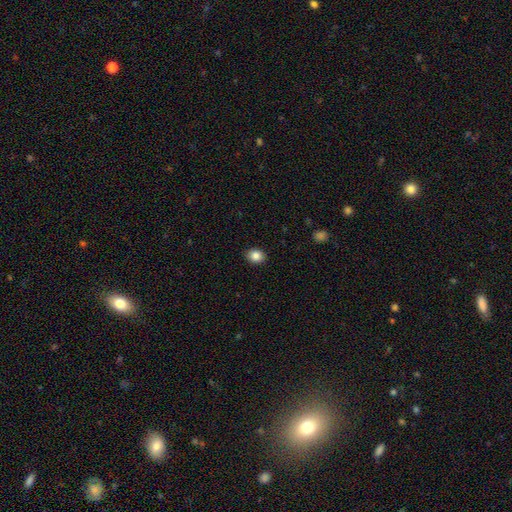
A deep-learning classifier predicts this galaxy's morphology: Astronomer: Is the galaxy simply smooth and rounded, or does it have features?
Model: smooth — 86%.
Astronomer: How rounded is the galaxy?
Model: round — 50% (runner-up: in between, 49%).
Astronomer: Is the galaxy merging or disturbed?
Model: none — 90%.